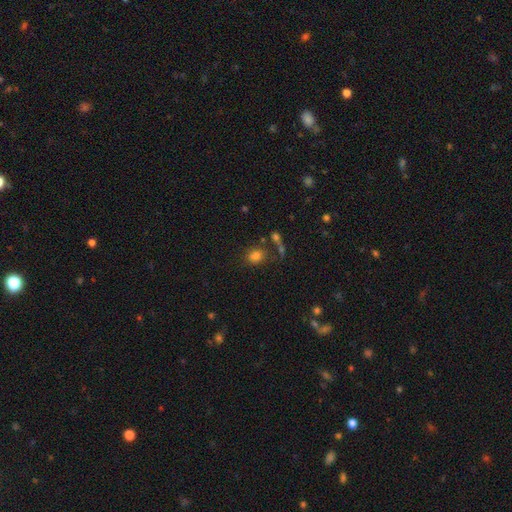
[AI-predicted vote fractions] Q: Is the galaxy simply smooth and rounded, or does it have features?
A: smooth — 80%.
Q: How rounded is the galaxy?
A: round — 60%.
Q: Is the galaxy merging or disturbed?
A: none — 71%.